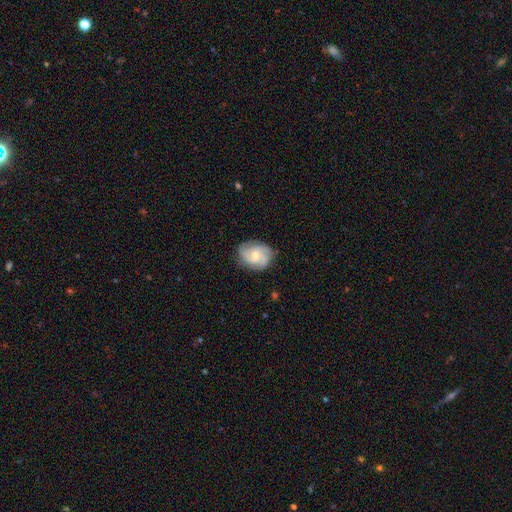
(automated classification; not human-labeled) Overall: featured or disk (70%). Edge-on disk: no (98%). Bar: no (67%; weak 29%). Spiral arms: yes (94%). Spiral arm count: 3 (51%; 2 20%). Spiral winding: medium (45%; tight 40%). Bulge size: moderate (50%; small 45%). Merging: none (78%).